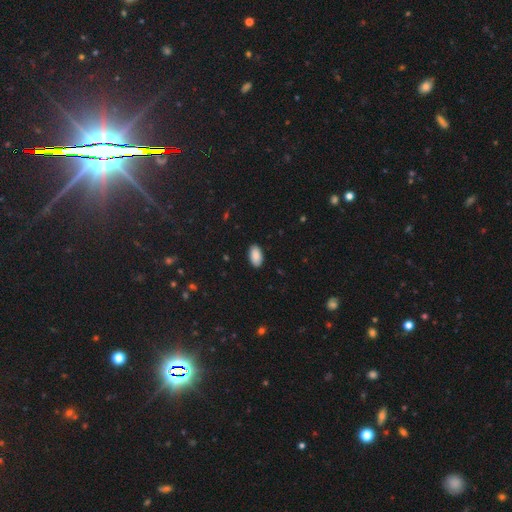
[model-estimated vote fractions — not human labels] Smooth or featured? smooth (89%)
How rounded? in between (95%)
Merging? none (90%)